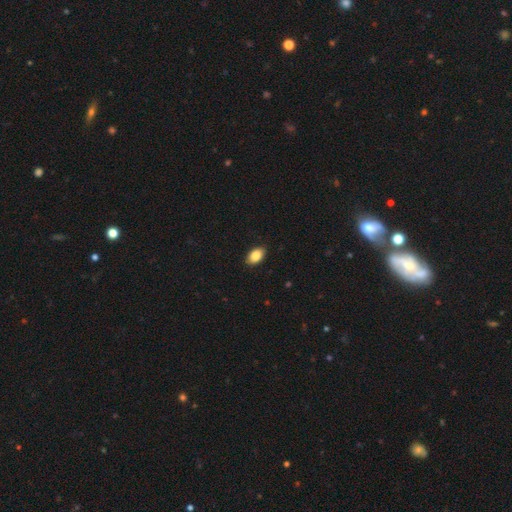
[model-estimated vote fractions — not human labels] Smooth or featured? Predicted: smooth (p=0.88). How rounded? Predicted: in between (p=0.91). Merging? Predicted: none (p=0.89).